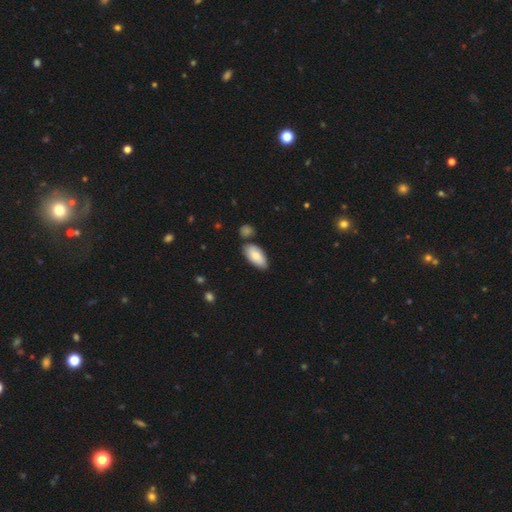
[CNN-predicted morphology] A smooth galaxy with no disk features (82%) that is in between round and cigar-shaped (92%). Merging: none (73%).